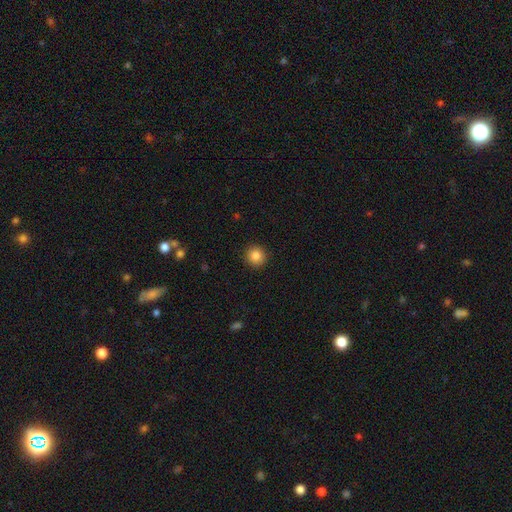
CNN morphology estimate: The model was most divided on "smooth or featured": smooth: 85%, star or artifact: 10%, featured or disk: 5%. More confident: how rounded — round (93%); merging — none (92%).